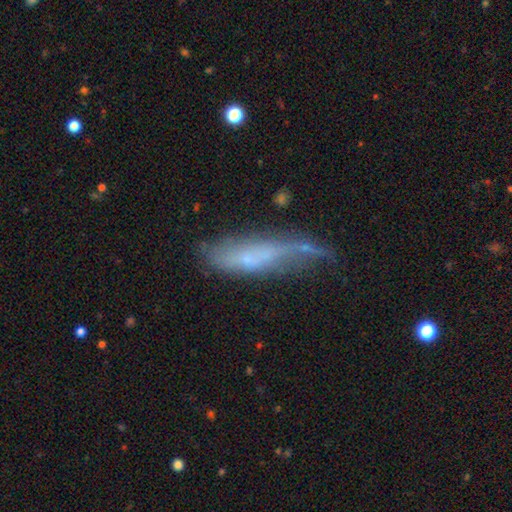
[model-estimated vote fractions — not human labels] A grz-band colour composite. It shows a smooth galaxy with no disk features (46%). Merging: minor disturbance (32%).